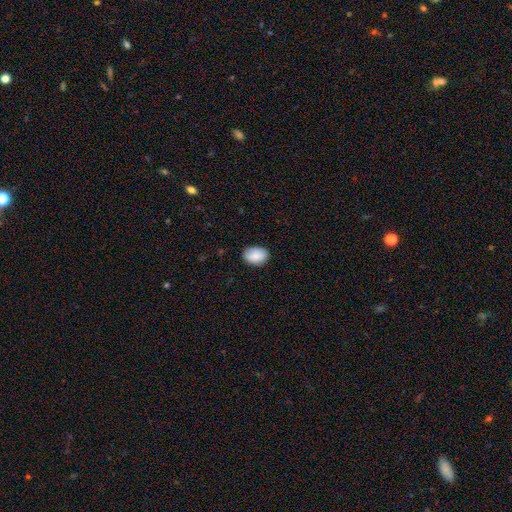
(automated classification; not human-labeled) A smooth galaxy with no disk features (89%) that is in between round and cigar-shaped (84%). Merging: none (84%).